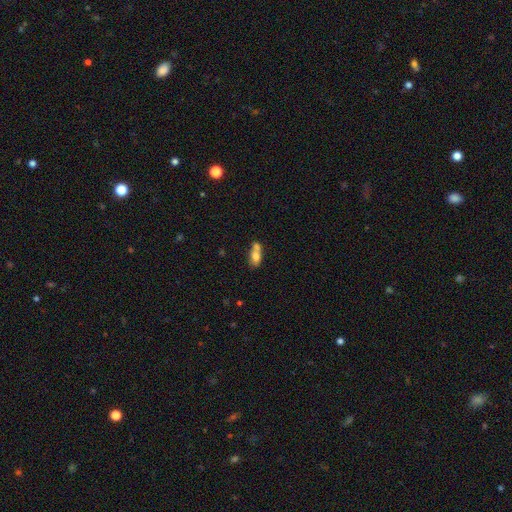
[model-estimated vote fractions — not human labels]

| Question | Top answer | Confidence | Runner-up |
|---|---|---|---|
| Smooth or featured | smooth | 71% | featured or disk (20%) |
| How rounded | in between | 80% | round (11%) |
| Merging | merger | 52% | none (30%) |